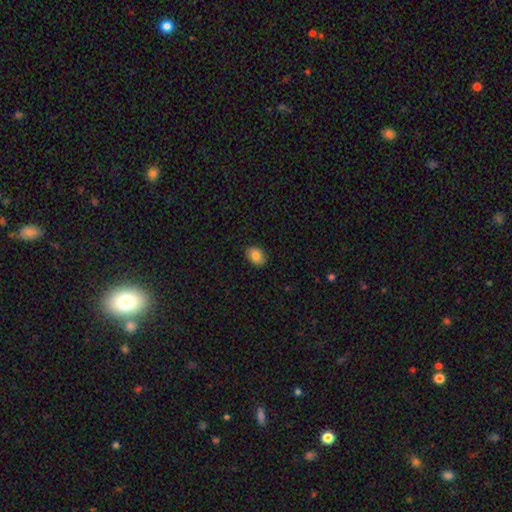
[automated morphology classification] Smooth or featured?
  - smooth: 84% *
  - featured or disk: 8%
  - star or artifact: 8%
How rounded?
  - in between: 75% *
  - round: 24%
  - cigar-shaped: 1%
Merging?
  - none: 88% *
  - minor disturbance: 9%
  - major disturbance: 2%
  - merger: 1%